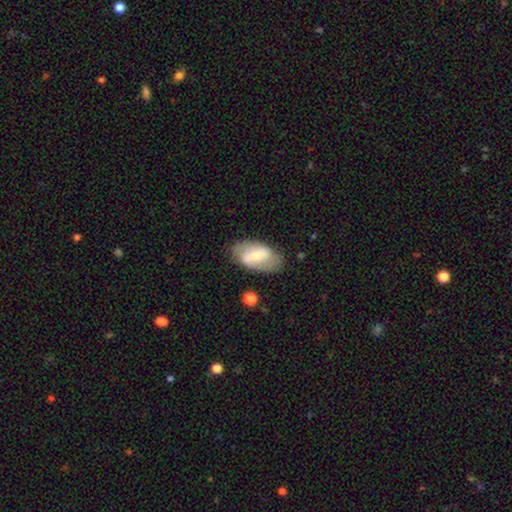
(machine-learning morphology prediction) Smooth or featured? featured or disk (56%)
Edge-on disk? no (94%)
Bar? weak (44%)
Spiral arms? yes (71%)
Bulge size? small (45%)
Merging? none (75%)